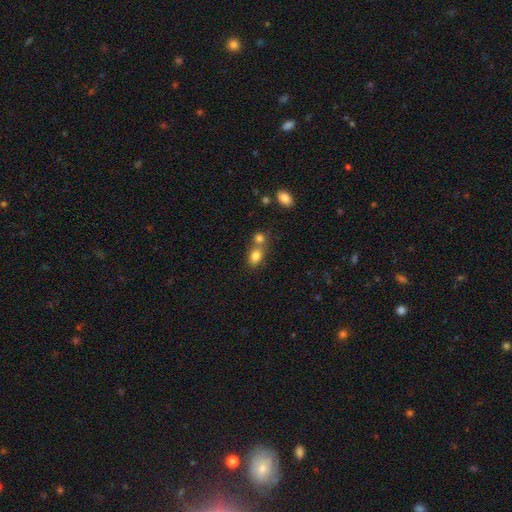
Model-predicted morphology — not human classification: Smooth or featured? smooth (81%)
How rounded? in between (60%)
Merging? merger (45%)